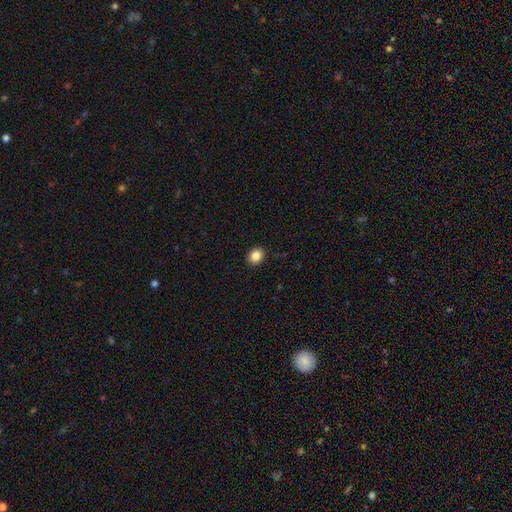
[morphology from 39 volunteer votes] This is clearly a smooth galaxy (90%). How rounded: possibly in between (57%). Merging: clearly none (89%).